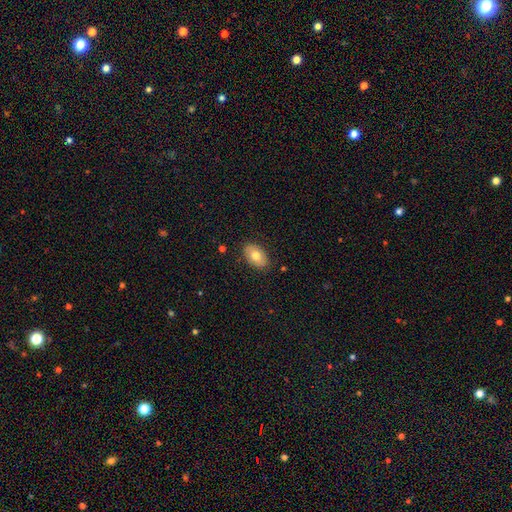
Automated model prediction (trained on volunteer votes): smooth_or_featured: smooth (p=0.74) [alt: featured or disk p=0.20]
how_rounded: in between (p=0.89) [alt: round p=0.10]
merging: none (p=0.84) [alt: minor disturbance p=0.12]